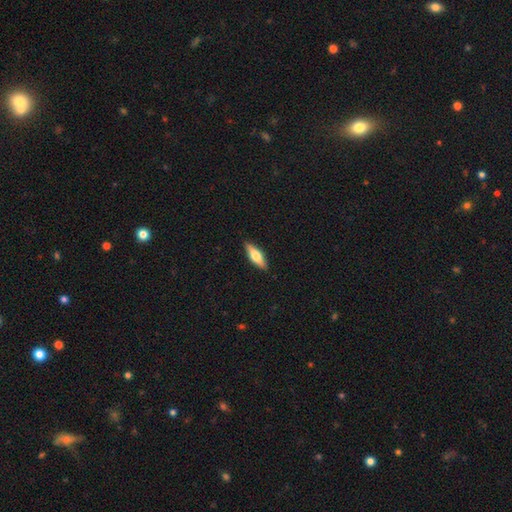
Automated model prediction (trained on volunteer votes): smooth_or_featured: smooth (p=0.60) [alt: featured or disk p=0.35]
how_rounded: cigar-shaped (p=0.50) [alt: in between p=0.48]
merging: none (p=0.89) [alt: minor disturbance p=0.08]